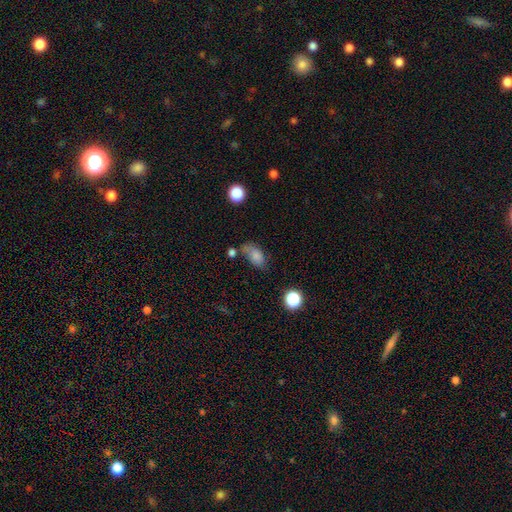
Smooth or featured?
  - smooth: 90% *
  - star or artifact: 8%
  - featured or disk: 2%
How rounded?
  - in between: 94% *
  - round: 6%
  - cigar-shaped: 0%
Merging?
  - none: 35% *
  - major disturbance: 27%
  - minor disturbance: 19%
  - merger: 19%